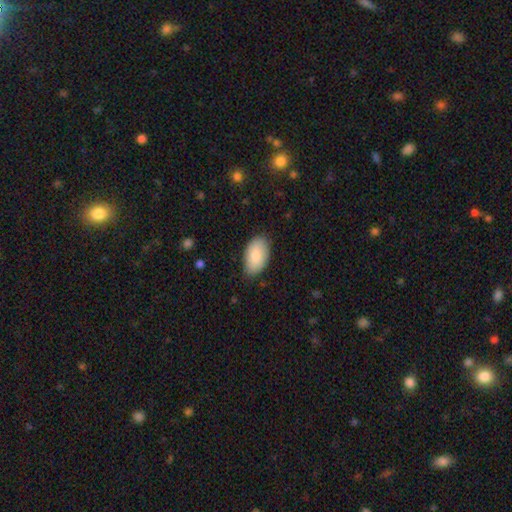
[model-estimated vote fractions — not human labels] Overall: smooth (87%). How rounded: in between (95%). Merging: none (82%).